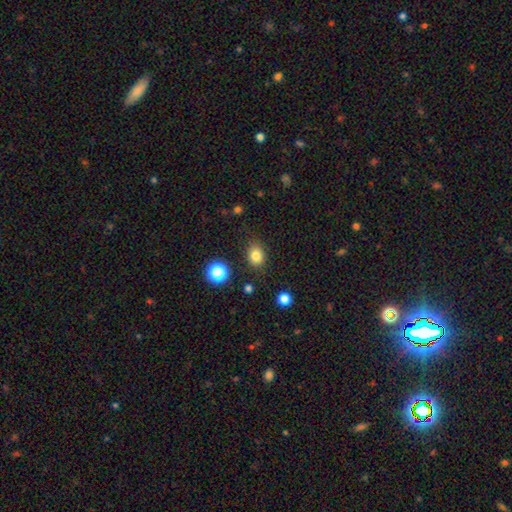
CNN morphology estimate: smooth 82%, star or artifact 12%, featured or disk 6%. Down the decision tree: how rounded — in between (53%); merging — none (84%).